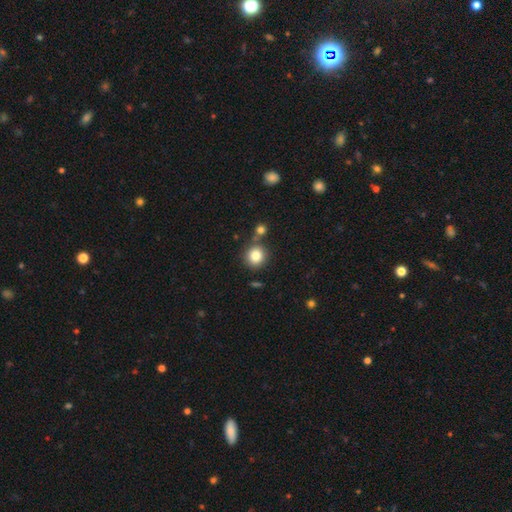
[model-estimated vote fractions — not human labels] This appears to be a smooth galaxy with no disk features (83%) that is round (91%). Merging: none (76%).